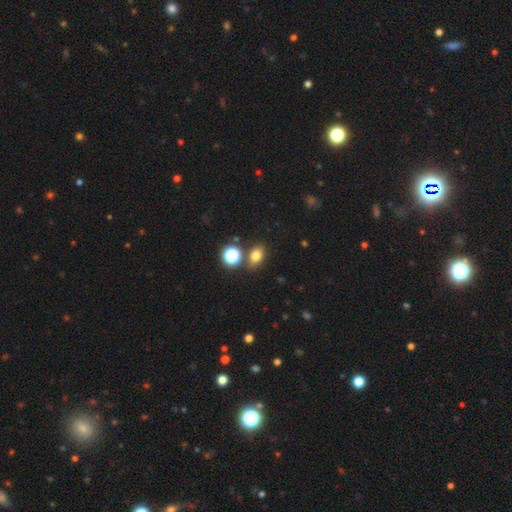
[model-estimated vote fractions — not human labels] smooth_or_featured: smooth (p=0.77) [alt: star or artifact p=0.16]
how_rounded: in between (p=0.67) [alt: round p=0.31]
merging: none (p=0.76) [alt: merger p=0.11]